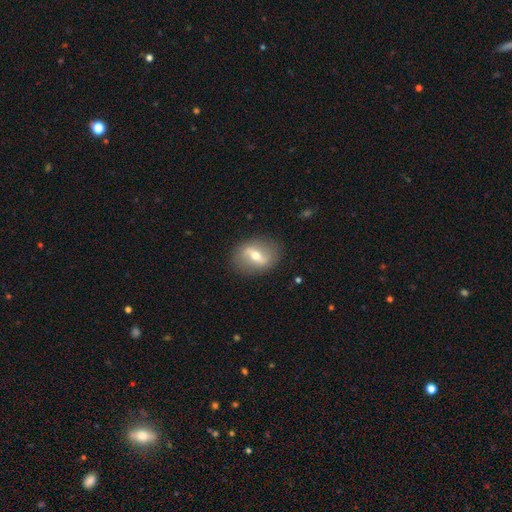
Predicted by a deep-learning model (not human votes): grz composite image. It shows a featured or disk galaxy (64%) with a strong bar (59%), no spiral arms (58%) and a moderate central bulge (68%). Merging: none (85%).